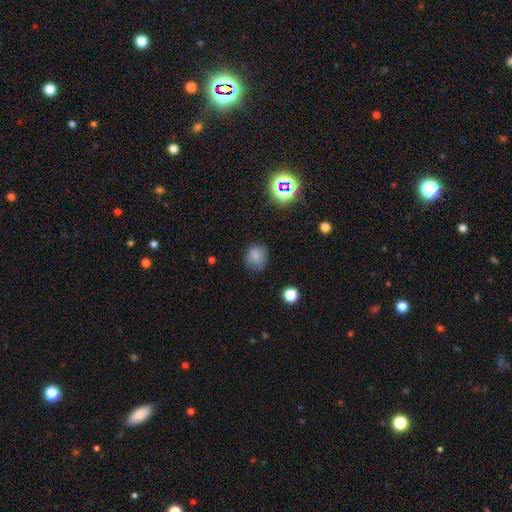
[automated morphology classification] Q: Smooth or featured?
A: smooth (78%); runner-up: star or artifact (14%)
Q: How rounded?
A: round (75%); runner-up: in between (24%)
Q: Merging?
A: none (70%); runner-up: minor disturbance (22%)